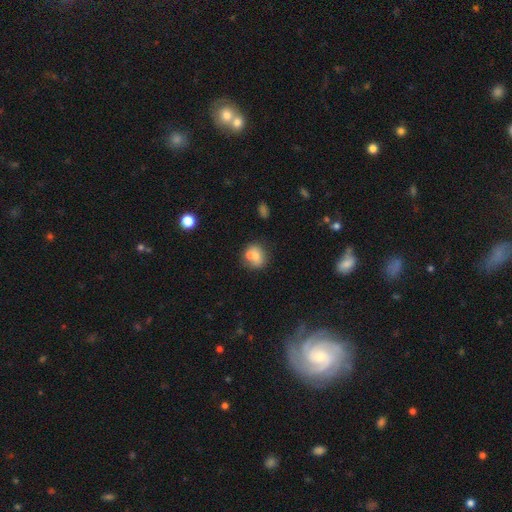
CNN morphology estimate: This appears to be a smooth galaxy with no disk features (68%) that is round (71%). Merging: none (50%).